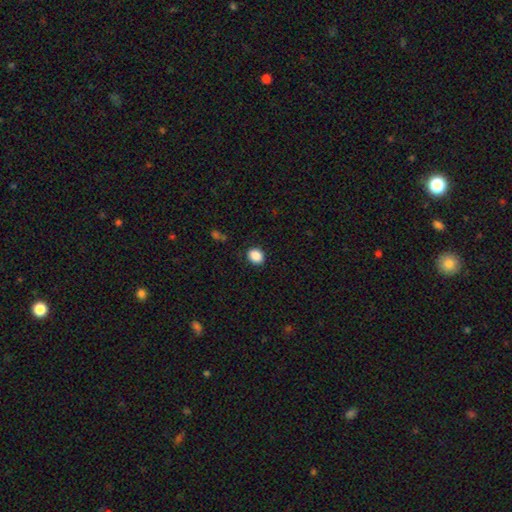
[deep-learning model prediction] Q: Smooth or featured?
A: smooth (89%); runner-up: star or artifact (9%)
Q: How rounded?
A: round (56%); runner-up: in between (43%)
Q: Merging?
A: none (89%); runner-up: minor disturbance (8%)